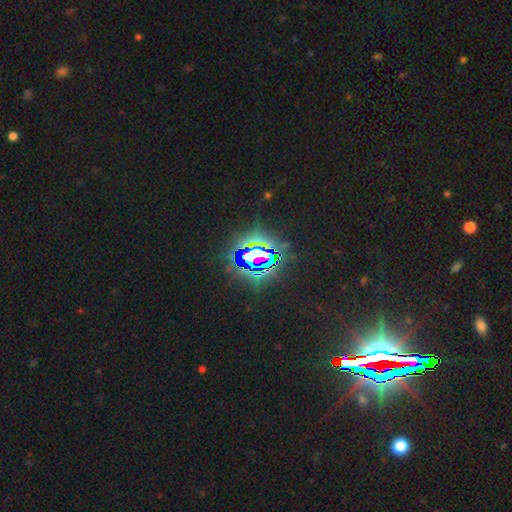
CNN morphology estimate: star or artifact 82%, smooth 10%, featured or disk 9%.